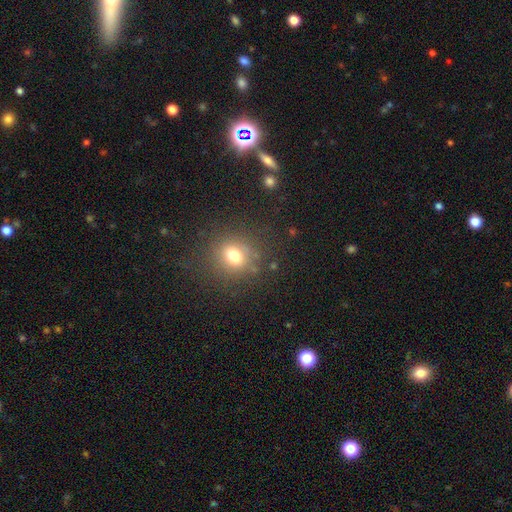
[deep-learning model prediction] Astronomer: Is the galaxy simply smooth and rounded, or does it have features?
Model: smooth — 58% (runner-up: star or artifact, 35%).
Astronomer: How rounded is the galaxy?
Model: round — 91%.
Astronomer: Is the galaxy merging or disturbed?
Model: none — 89%.